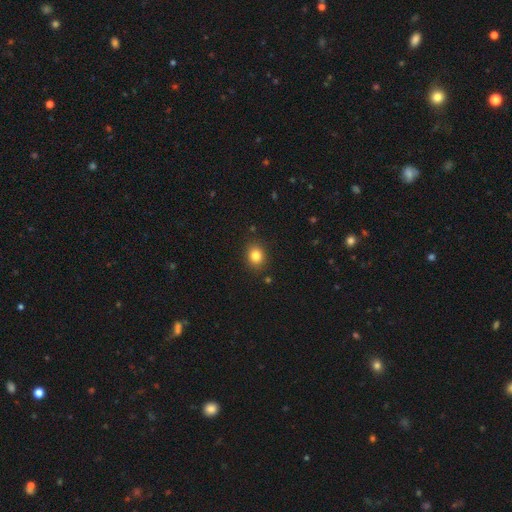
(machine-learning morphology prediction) Smooth or featured: smooth — 83% (star or artifact — 11%)
How rounded: round — 62% (in between — 38%)
Merging: none — 87% (minor disturbance — 9%)